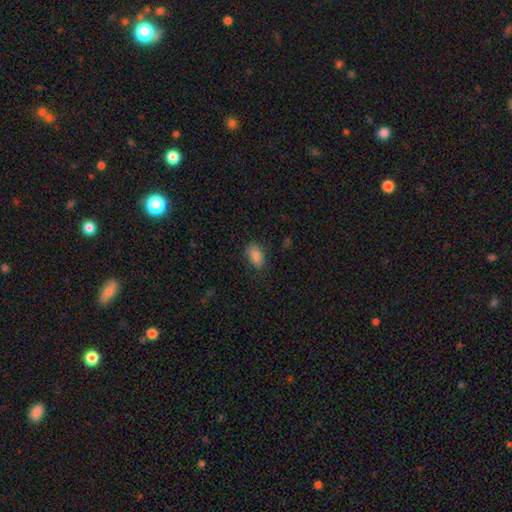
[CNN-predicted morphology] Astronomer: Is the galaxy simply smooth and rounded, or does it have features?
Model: smooth — 86%.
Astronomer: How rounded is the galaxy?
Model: in between — 91%.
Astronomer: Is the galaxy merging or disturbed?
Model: none — 79%.